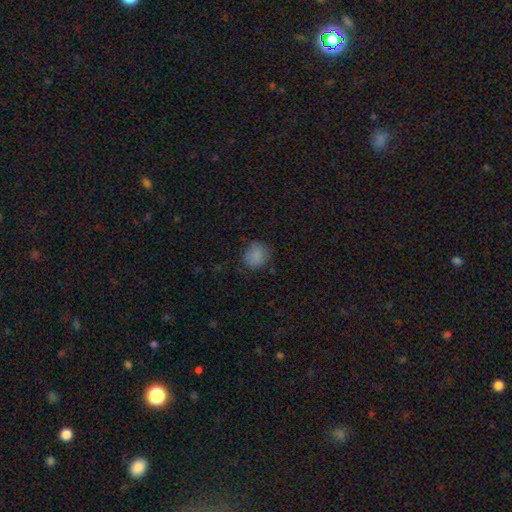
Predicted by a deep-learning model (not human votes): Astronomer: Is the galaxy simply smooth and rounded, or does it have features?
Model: smooth — 83%.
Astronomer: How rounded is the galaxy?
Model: round — 78%.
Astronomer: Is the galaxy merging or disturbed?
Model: none — 72%.